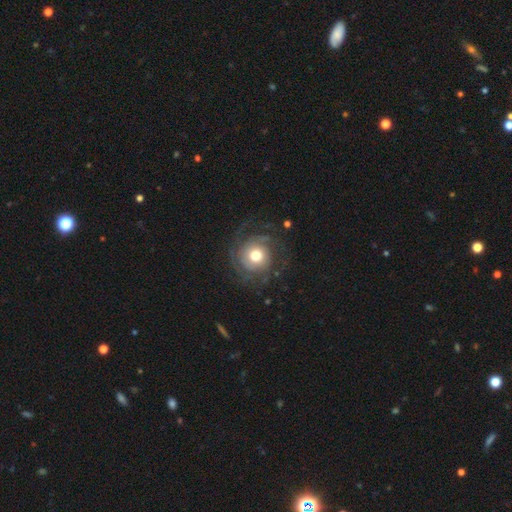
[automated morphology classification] Smooth or featured: featured or disk — 67% (smooth — 25%)
Edge-on disk: no — 98% (yes — 2%)
Bar: no — 84% (weak — 13%)
Spiral arms: yes — 88% (no — 12%)
Spiral winding: tight — 56% (medium — 30%)
Spiral arm count: can't tell — 34% (2 — 22%)
Bulge size: moderate — 62% (large — 28%)
Merging: none — 71% (major disturbance — 14%)